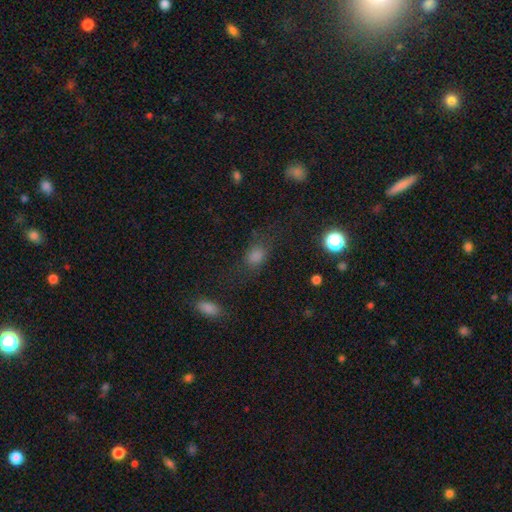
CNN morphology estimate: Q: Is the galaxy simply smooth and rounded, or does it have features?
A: smooth — 69%.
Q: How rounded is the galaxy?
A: in between — 57%.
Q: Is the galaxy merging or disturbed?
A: none — 65%.